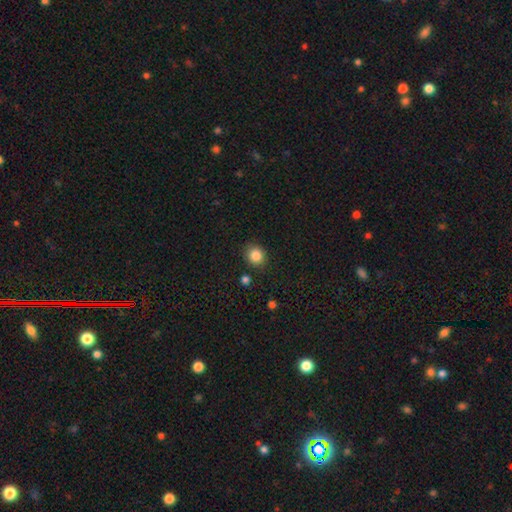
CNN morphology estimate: Smooth or featured?
  - smooth: 86% *
  - star or artifact: 10%
  - featured or disk: 4%
How rounded?
  - round: 85% *
  - in between: 14%
  - cigar-shaped: 1%
Merging?
  - none: 86% *
  - minor disturbance: 9%
  - merger: 3%
  - major disturbance: 3%